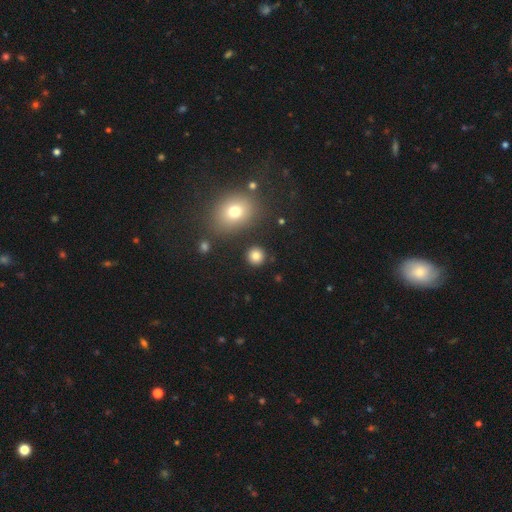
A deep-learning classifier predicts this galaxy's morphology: smooth 83%, star or artifact 12%, featured or disk 5%. Down the decision tree: how rounded — round (91%); merging — none (90%).